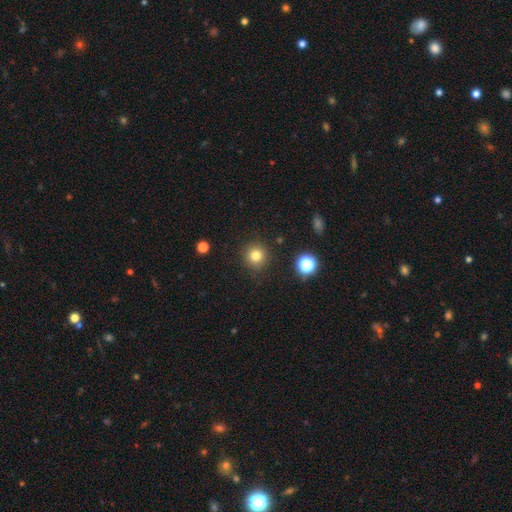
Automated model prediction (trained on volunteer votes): smooth_or_featured: smooth (p=0.80) [alt: star or artifact p=0.14]
how_rounded: round (p=0.93) [alt: in between p=0.06]
merging: none (p=0.89) [alt: minor disturbance p=0.07]